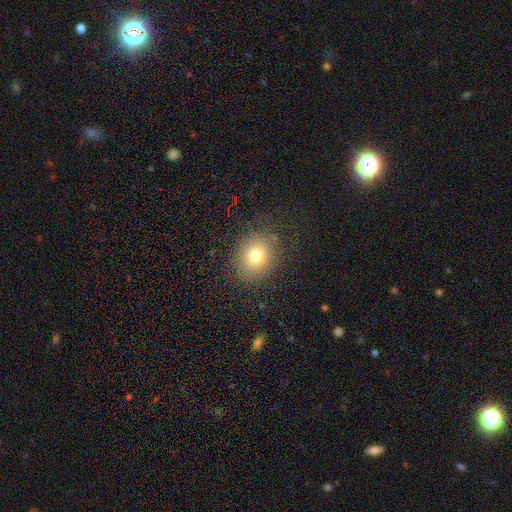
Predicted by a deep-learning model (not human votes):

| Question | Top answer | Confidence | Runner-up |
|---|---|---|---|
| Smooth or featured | smooth | 75% | star or artifact (14%) |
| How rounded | round | 59% | in between (40%) |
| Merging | none | 81% | minor disturbance (12%) |